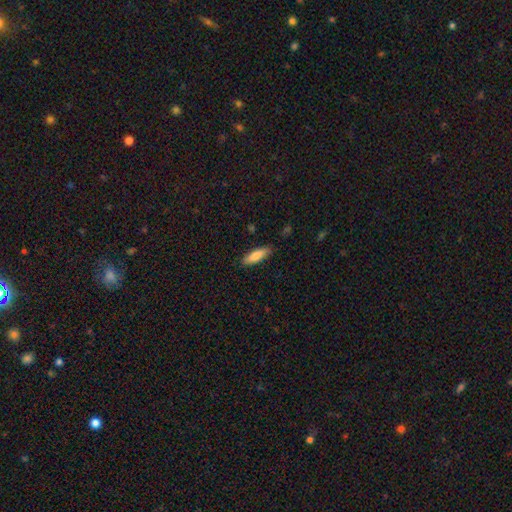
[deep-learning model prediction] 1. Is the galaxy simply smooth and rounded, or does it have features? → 82% smooth, 12% featured or disk, 6% star or artifact.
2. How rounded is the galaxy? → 50% cigar-shaped, 49% in between, 2% round.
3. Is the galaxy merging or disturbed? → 82% none, 14% minor disturbance, 2% major disturbance, 1% merger.